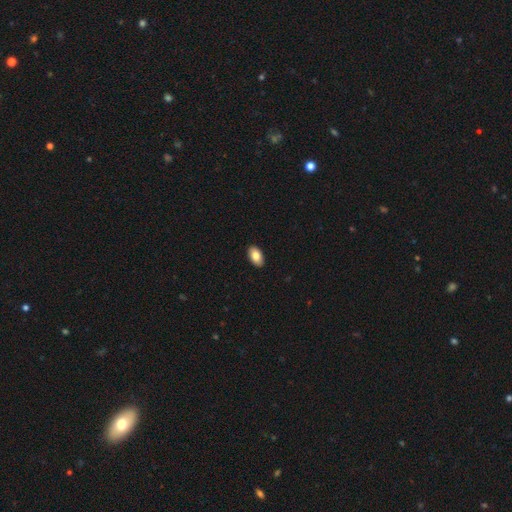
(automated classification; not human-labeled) Smooth or featured? smooth (84%)
How rounded? in between (94%)
Merging? none (91%)